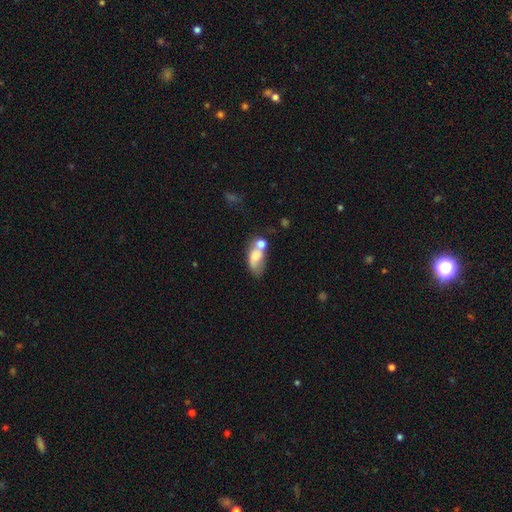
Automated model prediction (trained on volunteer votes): The model was most divided on "merging": merger: 38%, none: 26%, minor disturbance: 18%, major disturbance: 17%. More confident: how rounded — in between (85%); smooth or featured — smooth (66%).